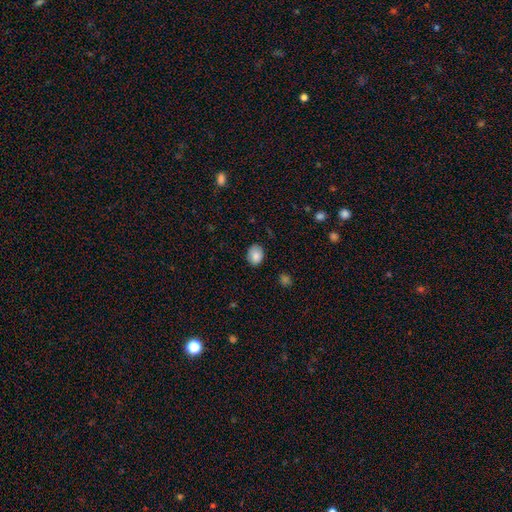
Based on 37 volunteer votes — A smooth galaxy with no disk features (86%) that is in between round and cigar-shaped (53%). Merging: none (77%).